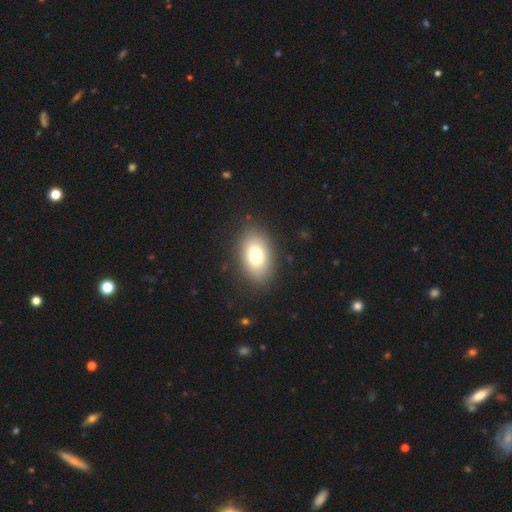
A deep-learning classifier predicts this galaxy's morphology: Q: Smooth or featured?
A: smooth (76%); runner-up: featured or disk (15%)
Q: How rounded?
A: in between (86%); runner-up: round (12%)
Q: Merging?
A: none (86%); runner-up: minor disturbance (9%)